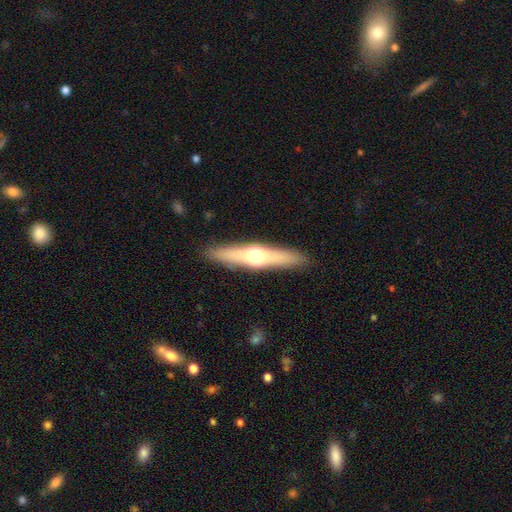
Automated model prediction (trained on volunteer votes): Q: Smooth or featured?
A: featured or disk (55%); runner-up: smooth (39%)
Q: Edge-on disk?
A: yes (92%); runner-up: no (8%)
Q: Edge-on bulge?
A: rounded (92%); runner-up: none (5%)
Q: Merging?
A: none (90%); runner-up: minor disturbance (7%)